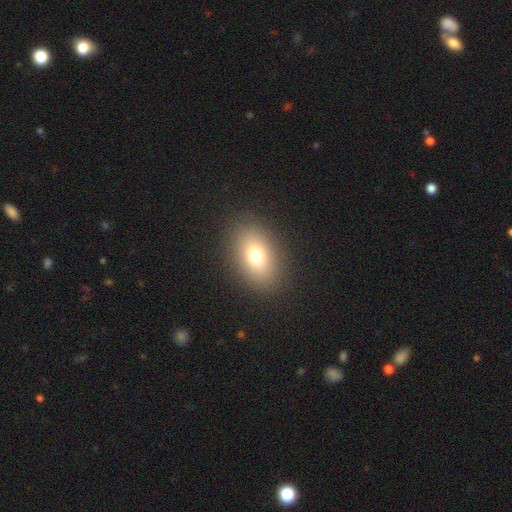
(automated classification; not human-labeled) Smooth or featured?
  - smooth: 74% *
  - featured or disk: 13%
  - star or artifact: 13%
How rounded?
  - in between: 80% *
  - round: 19%
  - cigar-shaped: 2%
Merging?
  - none: 87% *
  - minor disturbance: 8%
  - major disturbance: 4%
  - merger: 1%